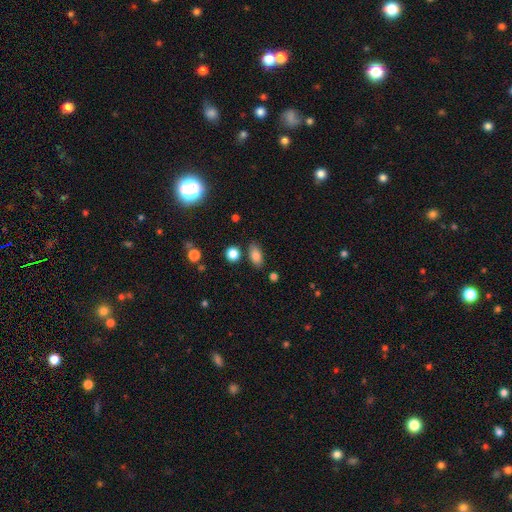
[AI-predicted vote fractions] Morphology: type=smooth (82%); roundness=in between (86%); merging=none (82%).